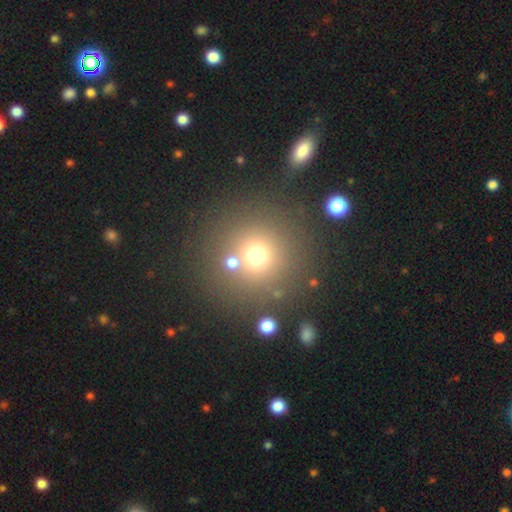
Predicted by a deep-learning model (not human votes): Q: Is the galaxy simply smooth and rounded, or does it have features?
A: smooth — 68%.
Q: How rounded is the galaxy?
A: round — 93%.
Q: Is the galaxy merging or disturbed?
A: none — 74%.